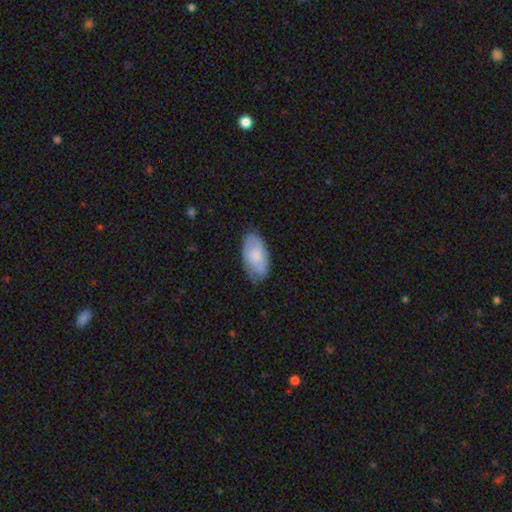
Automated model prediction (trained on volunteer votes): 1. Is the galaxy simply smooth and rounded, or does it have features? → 69% smooth, 25% featured or disk, 6% star or artifact.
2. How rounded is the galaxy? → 95% in between, 3% round, 2% cigar-shaped.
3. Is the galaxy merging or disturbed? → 72% none, 23% minor disturbance, 4% major disturbance, 1% merger.